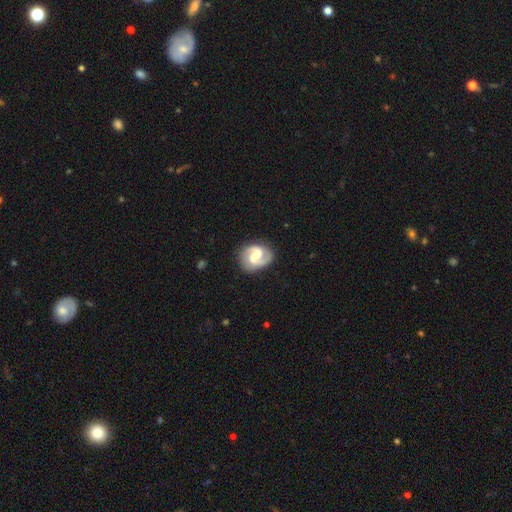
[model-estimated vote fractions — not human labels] A featured or disk galaxy (82%) with a weak bar (43%, tied with strong), 2 (87%) medium (49%) spiral arms (93%) and a moderate central bulge (31%). Merging: none (77%).